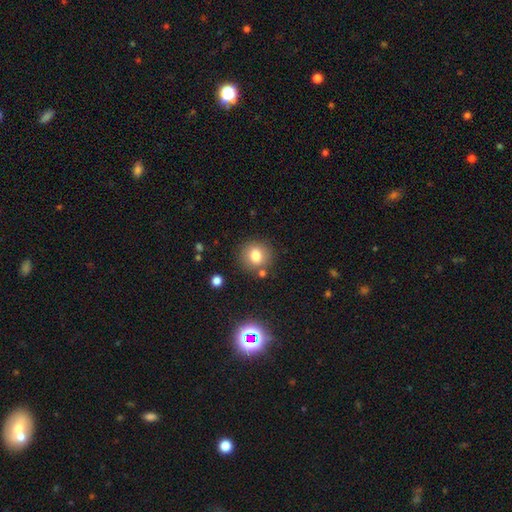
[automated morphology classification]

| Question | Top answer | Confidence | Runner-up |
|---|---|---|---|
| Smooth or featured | smooth | 78% | star or artifact (12%) |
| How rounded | round | 83% | in between (16%) |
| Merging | none | 81% | minor disturbance (10%) |